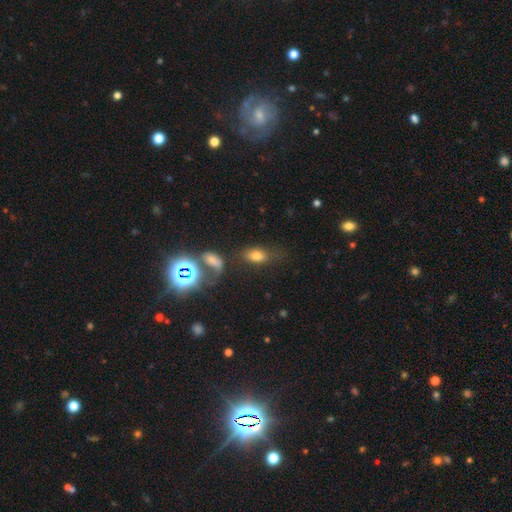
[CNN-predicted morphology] Smooth or featured: smooth — 70% (star or artifact — 16%)
How rounded: in between — 82% (round — 11%)
Merging: none — 60% (minor disturbance — 19%)